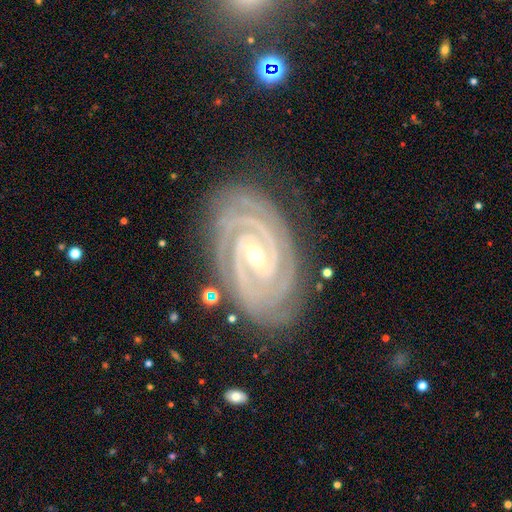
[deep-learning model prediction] smooth-or-featured: featured or disk: 93% | star or artifact: 5% | smooth: 2%
  disk-edge-on: no: 97% | yes: 3%
    bar: weak: 35% | strong: 34% | no: 31%
    has-spiral-arms: yes: 99% | no: 1%
      spiral-winding: tight: 87% | medium: 11% | loose: 1%
      spiral-arm-count: 2: 61% | 3: 19% | 4: 8% | can't tell: 5% | more than 4: 4% | 1: 4%
    bulge-size: small: 64% | moderate: 34% | large: 1% | none: 1% | dominant: 1%
  merging: none: 84% | minor disturbance: 12% | major disturbance: 3% | merger: 1%